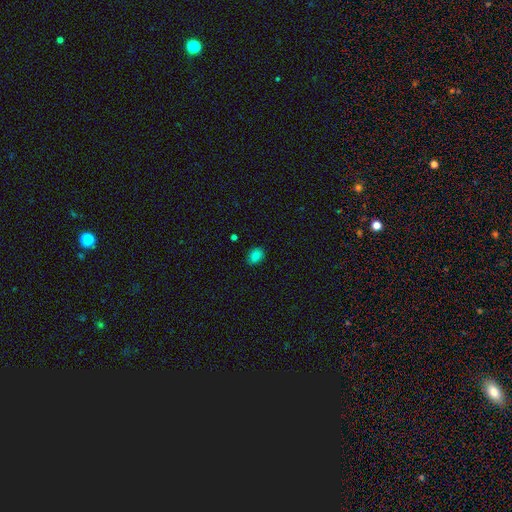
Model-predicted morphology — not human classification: A smooth galaxy with no disk features (83%) that is in between round and cigar-shaped (71%). Merging: none (84%).